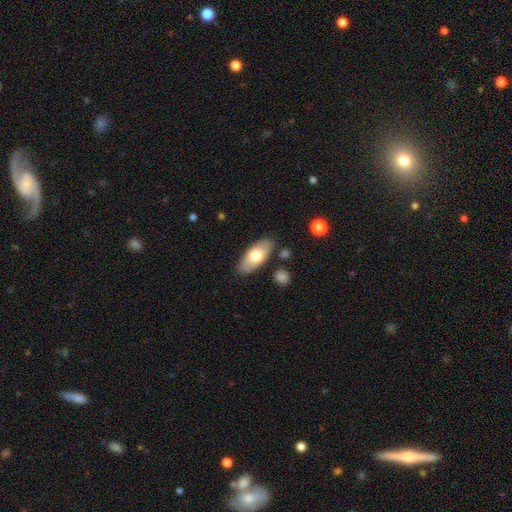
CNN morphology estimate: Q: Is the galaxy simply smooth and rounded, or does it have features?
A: smooth — 68%.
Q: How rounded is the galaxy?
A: in between — 88%.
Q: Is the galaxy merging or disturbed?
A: none — 84%.